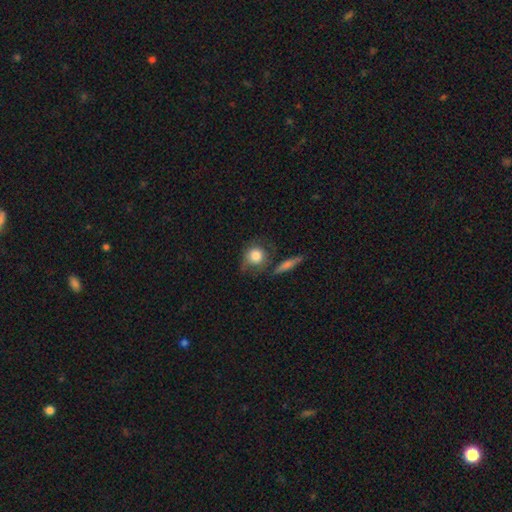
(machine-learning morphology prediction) Overall: smooth (77%). How rounded: round (80%). Merging: none (56%; minor disturbance 24%).